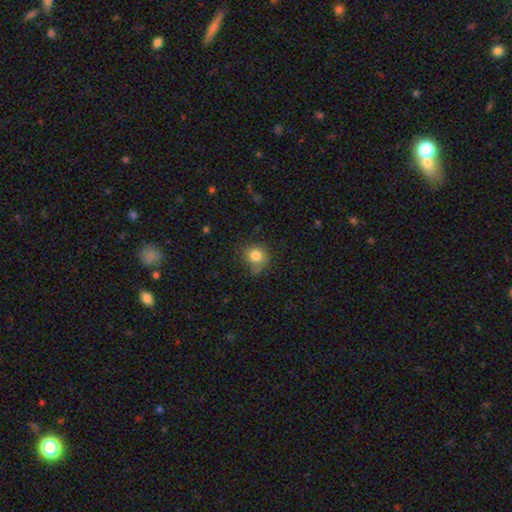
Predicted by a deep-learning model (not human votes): Smooth or featured? smooth (82%)
How rounded? round (82%)
Merging? none (64%)